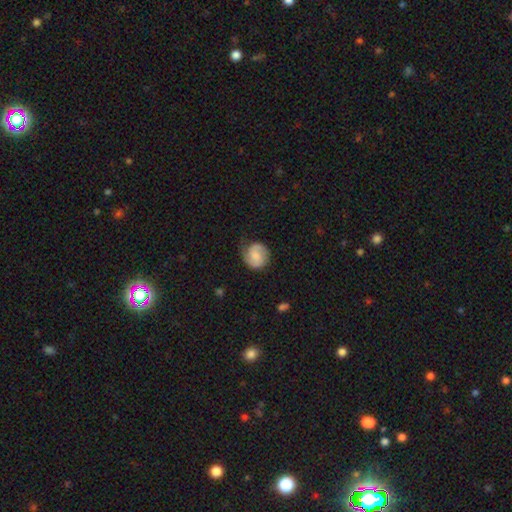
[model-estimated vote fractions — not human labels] Smooth or featured: featured or disk — 58% (smooth — 36%)
Edge-on disk: no — 98% (yes — 2%)
Bar: weak — 45% (no — 44%)
Spiral arms: yes — 93% (no — 7%)
Spiral winding: medium — 46% (tight — 32%)
Spiral arm count: 2 — 83% (1 — 8%)
Bulge size: small — 34% (none — 29%)
Merging: none — 71% (minor disturbance — 21%)